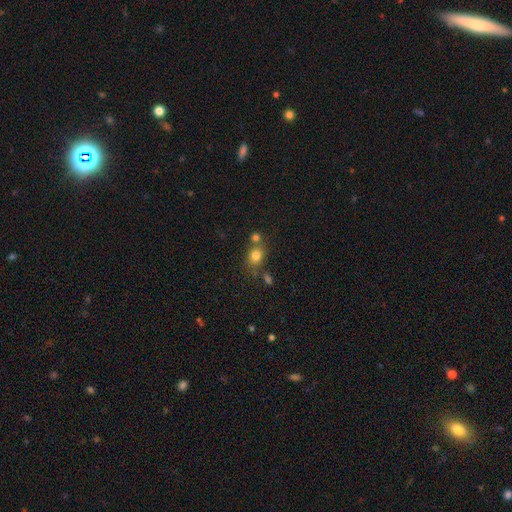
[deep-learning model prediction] smooth 78%, star or artifact 13%, featured or disk 9%. Down the decision tree: how rounded — round (63%); merging — none (59%).